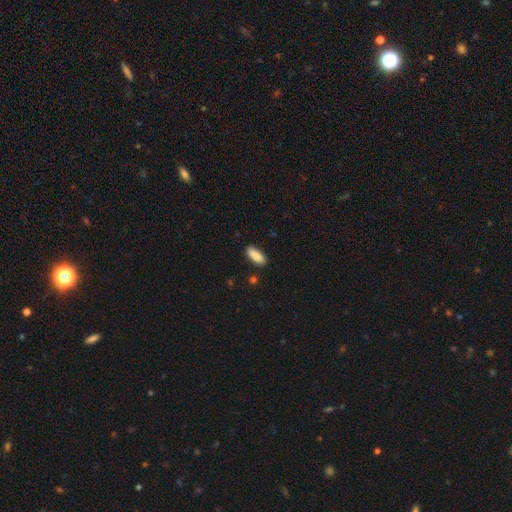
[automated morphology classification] type=smooth (87%); roundness=in between (72%); merging=none (84%).